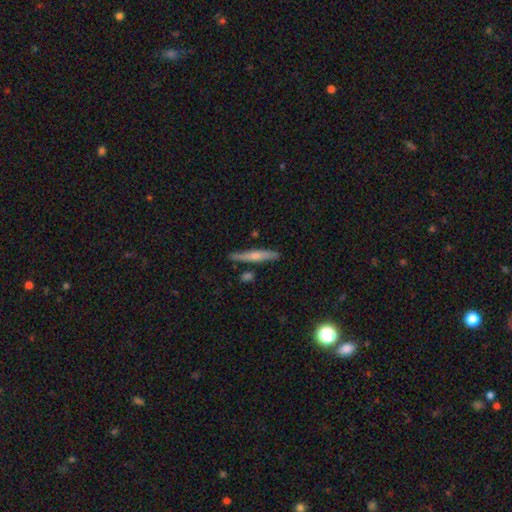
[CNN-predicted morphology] The model was most divided on "smooth or featured": smooth: 53%, featured or disk: 41%, star or artifact: 6%. More confident: how rounded — cigar-shaped (92%); merging — none (83%).